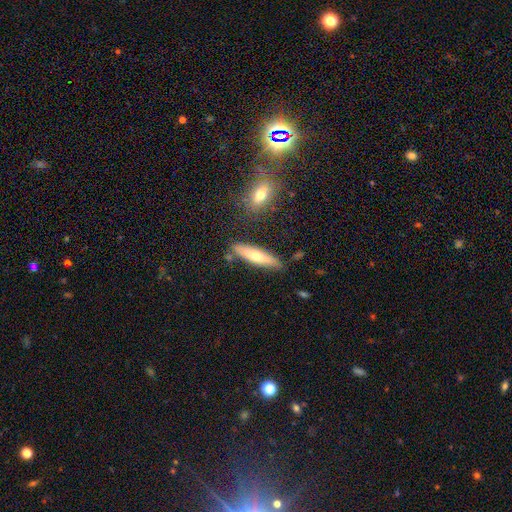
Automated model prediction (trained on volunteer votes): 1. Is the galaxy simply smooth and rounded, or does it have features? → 60% smooth, 33% featured or disk, 6% star or artifact.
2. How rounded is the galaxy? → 78% cigar-shaped, 21% in between, 2% round.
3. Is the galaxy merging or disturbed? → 82% none, 11% minor disturbance, 4% merger, 2% major disturbance.